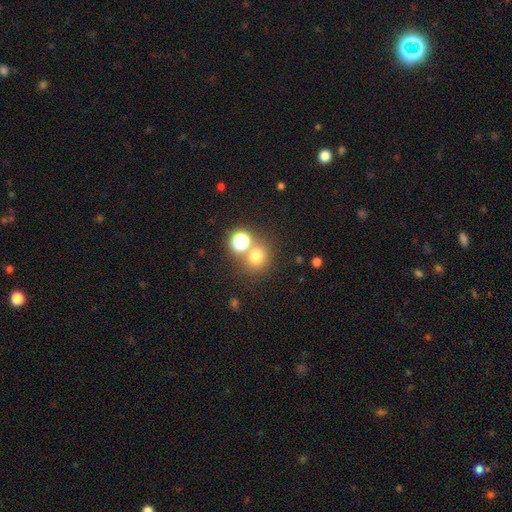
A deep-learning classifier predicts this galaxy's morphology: type=smooth (69%); roundness=round (86%); merging=none (66%).